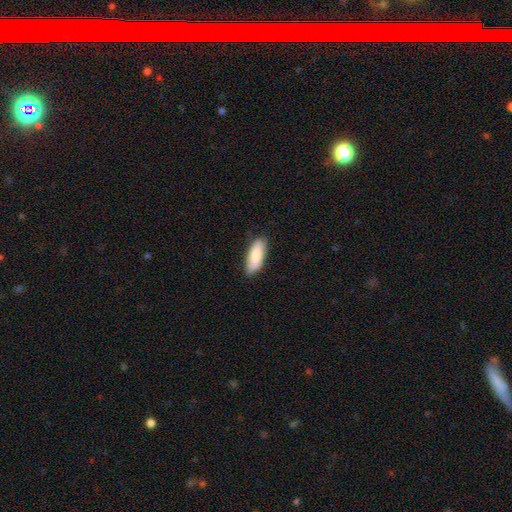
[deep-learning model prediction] Overall: smooth (83%). How rounded: in between (73%). Merging: none (85%).